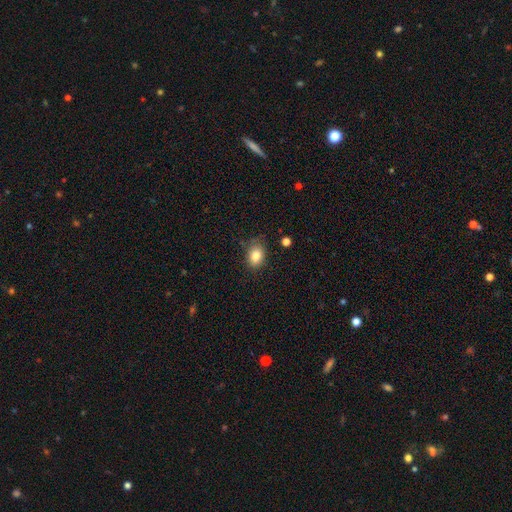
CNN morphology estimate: smooth-or-featured: smooth: 82% | star or artifact: 10% | featured or disk: 9%
  how-rounded: in between: 68% | round: 31% | cigar-shaped: 1%
  merging: none: 76% | minor disturbance: 18% | major disturbance: 4% | merger: 2%